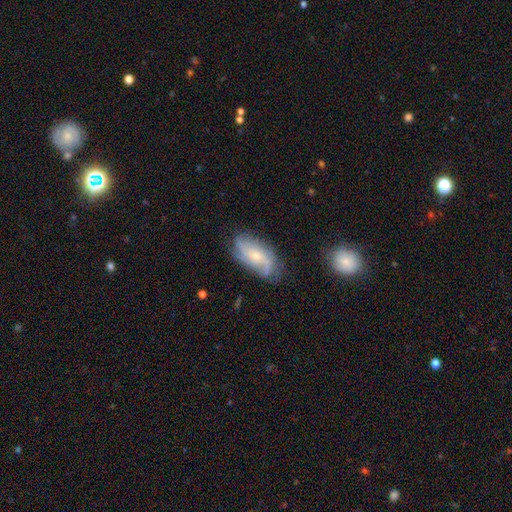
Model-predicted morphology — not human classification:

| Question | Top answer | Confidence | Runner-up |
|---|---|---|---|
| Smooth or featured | featured or disk | 70% | smooth (23%) |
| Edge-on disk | no | 94% | yes (6%) |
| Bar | no | 64% | weak (30%) |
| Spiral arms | yes | 92% | no (8%) |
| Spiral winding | medium | 41% | loose (30%) |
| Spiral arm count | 2 | 33% | can't tell (27%) |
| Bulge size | small | 63% | moderate (31%) |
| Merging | none | 70% | minor disturbance (21%) |